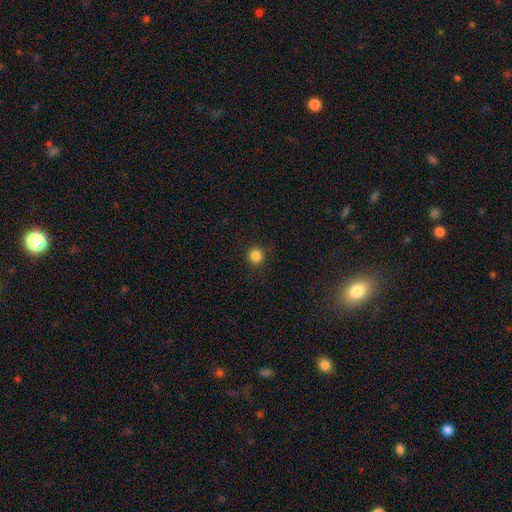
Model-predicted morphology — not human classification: smooth 85%, star or artifact 11%, featured or disk 3%. Down the decision tree: how rounded — round (94%); merging — none (91%).